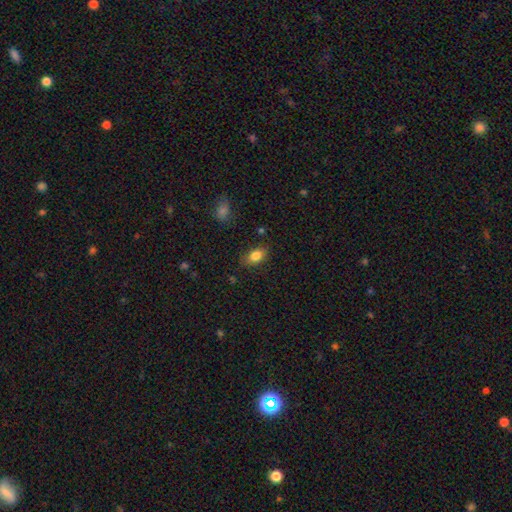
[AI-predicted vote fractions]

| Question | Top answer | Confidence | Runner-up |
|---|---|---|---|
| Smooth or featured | smooth | 83% | star or artifact (9%) |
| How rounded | in between | 85% | round (12%) |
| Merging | none | 79% | minor disturbance (16%) |